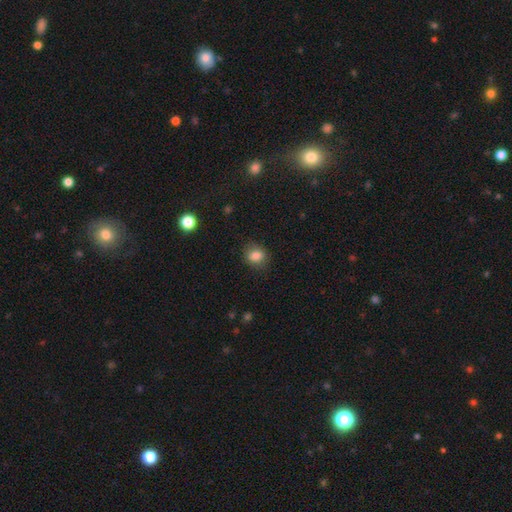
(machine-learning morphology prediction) The model was most divided on "how rounded": round: 63%, in between: 36%, cigar-shaped: 1%. More confident: smooth or featured — smooth (84%); merging — none (82%).